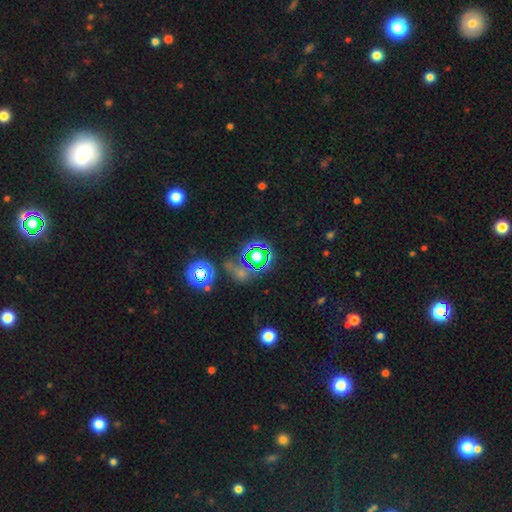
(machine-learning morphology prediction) Smooth or featured? star or artifact (61%)